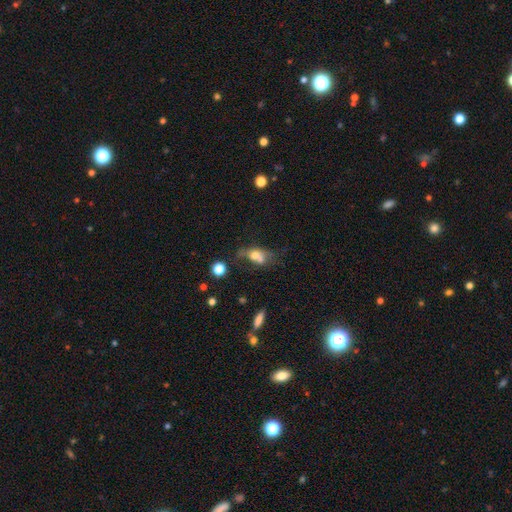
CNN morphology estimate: Smooth or featured? smooth (61%)
How rounded? in between (70%)
Merging? merger (33%)